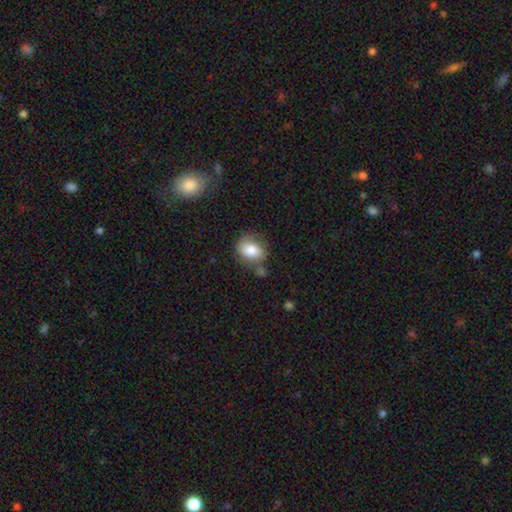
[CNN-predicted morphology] type=smooth (77%); roundness=round (51%); merging=none (66%).